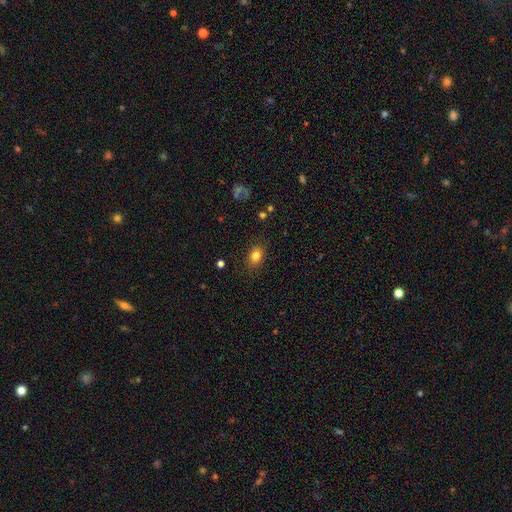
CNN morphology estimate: The model was most divided on "how rounded": in between: 71%, round: 28%, cigar-shaped: 1%. More confident: merging — none (85%); smooth or featured — smooth (82%).